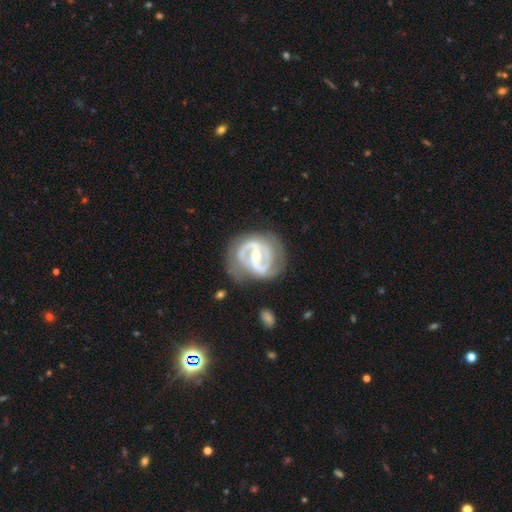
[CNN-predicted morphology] This is clearly a featured or disk galaxy (87%). It is clearly not viewed edge-on (97%). Bar: possibly strong (52%). Spiral arm pattern: clearly yes (90%). Spiral arm count: likely 2 (77%). Spiral winding: possibly medium (46%). Central bulge: possibly moderate (54%). Merging: likely none (64%).